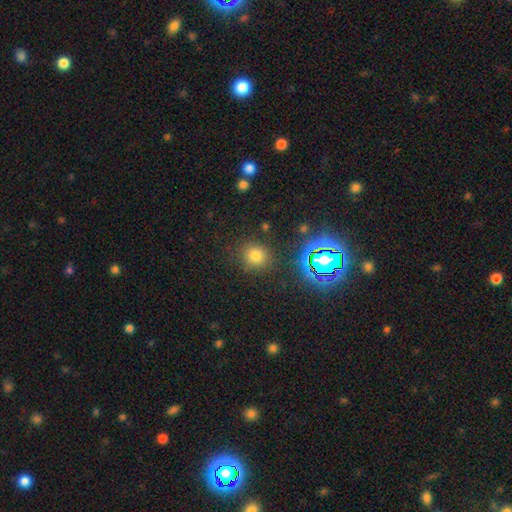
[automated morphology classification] type=smooth (71%); roundness=round (86%); merging=none (84%).